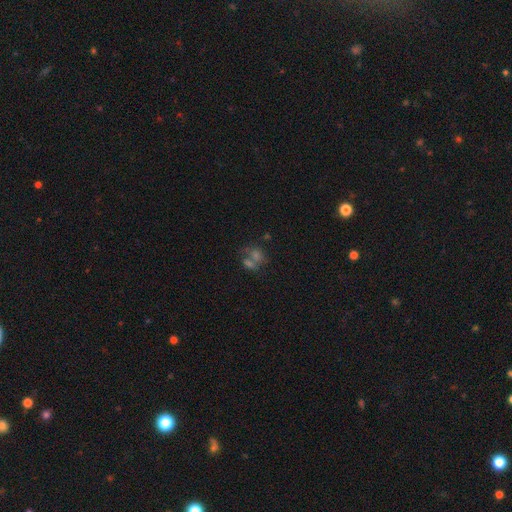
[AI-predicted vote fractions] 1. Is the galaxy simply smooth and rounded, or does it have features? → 44% smooth, 29% featured or disk, 27% star or artifact.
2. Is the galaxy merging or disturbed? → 45% merger, 34% none, 11% major disturbance, 10% minor disturbance.